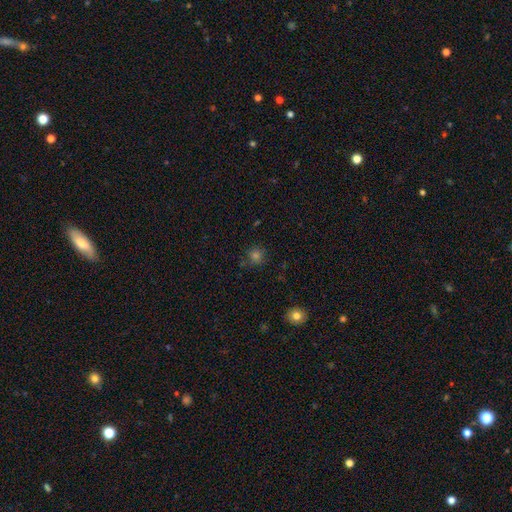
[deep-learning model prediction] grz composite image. It shows a smooth galaxy with no disk features (71%) that is round (92%). Merging: none (83%).